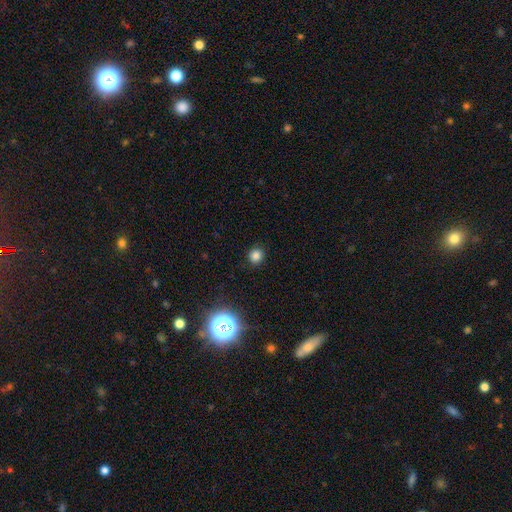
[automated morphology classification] Smooth or featured? smooth (80%)
How rounded? round (88%)
Merging? none (90%)